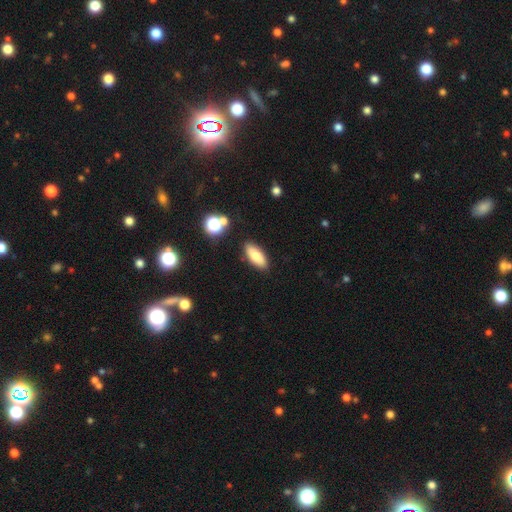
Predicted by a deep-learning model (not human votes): Smooth or featured?
  - smooth: 78% *
  - featured or disk: 13%
  - star or artifact: 8%
How rounded?
  - in between: 78% *
  - cigar-shaped: 20%
  - round: 3%
Merging?
  - none: 86% *
  - minor disturbance: 9%
  - merger: 2%
  - major disturbance: 2%